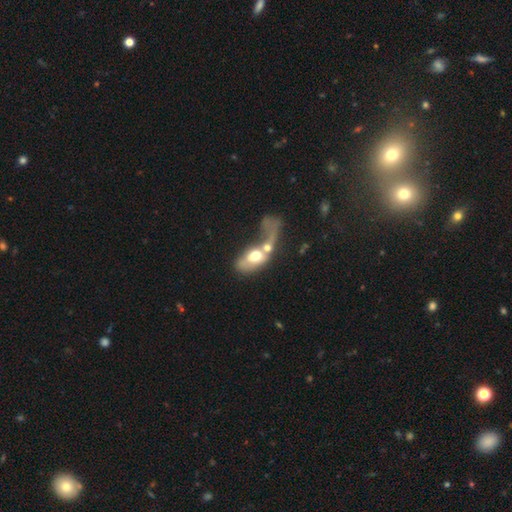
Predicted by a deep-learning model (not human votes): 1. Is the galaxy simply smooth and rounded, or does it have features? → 50% smooth, 41% featured or disk, 8% star or artifact.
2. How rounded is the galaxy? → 76% in between, 18% round, 6% cigar-shaped.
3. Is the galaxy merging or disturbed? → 58% merger, 27% major disturbance, 9% none, 7% minor disturbance.